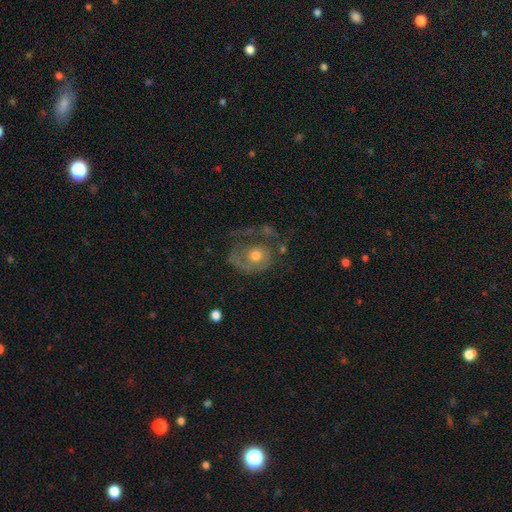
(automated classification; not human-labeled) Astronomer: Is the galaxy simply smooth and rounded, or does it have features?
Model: featured or disk — 60%.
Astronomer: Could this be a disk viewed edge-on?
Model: no — 97%.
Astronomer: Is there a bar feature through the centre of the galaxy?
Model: no — 85%.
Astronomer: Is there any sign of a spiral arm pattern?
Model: yes — 55% (runner-up: no, 45%).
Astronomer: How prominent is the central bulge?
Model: moderate — 68%.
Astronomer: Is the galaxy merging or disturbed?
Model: major disturbance — 41% (runner-up: none, 34%).